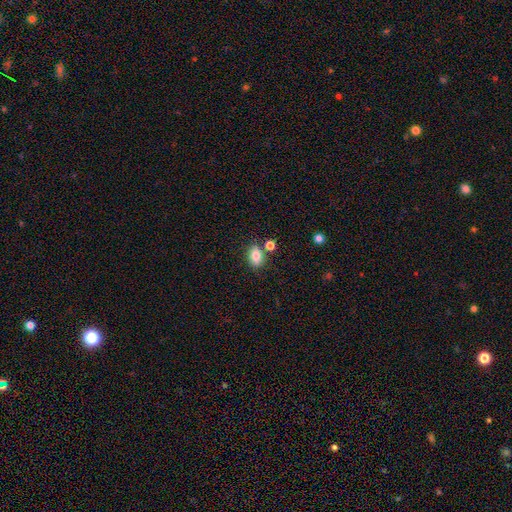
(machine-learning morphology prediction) smooth_or_featured: smooth (p=0.82) [alt: star or artifact p=0.10]
how_rounded: in between (p=0.81) [alt: round p=0.17]
merging: none (p=0.71) [alt: merger p=0.14]